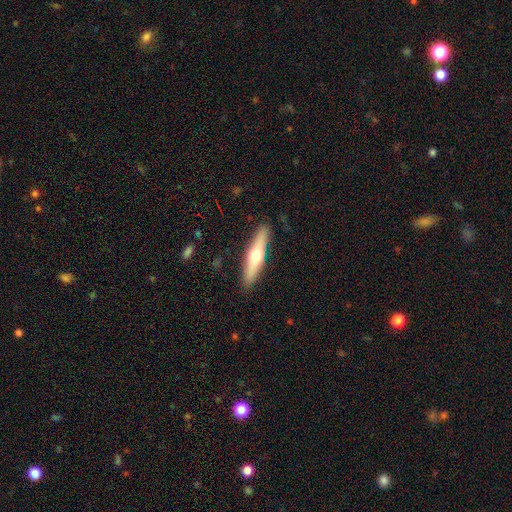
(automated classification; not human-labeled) Overall: featured or disk (47%, tied with smooth). Merging: none (89%).